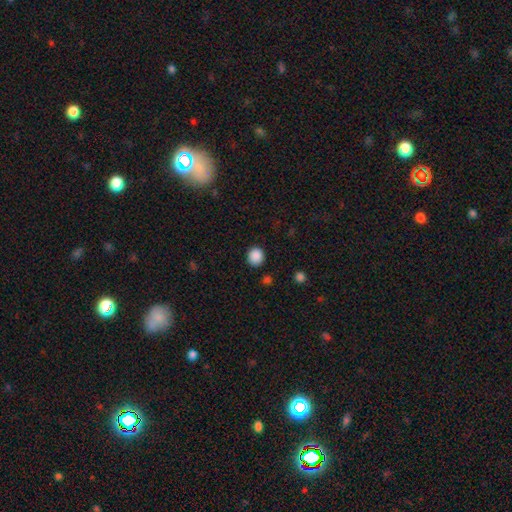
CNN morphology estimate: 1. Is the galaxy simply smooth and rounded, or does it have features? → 88% smooth, 9% star or artifact, 3% featured or disk.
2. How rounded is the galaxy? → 87% round, 13% in between, 1% cigar-shaped.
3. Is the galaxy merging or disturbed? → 89% none, 7% minor disturbance, 2% major disturbance, 2% merger.